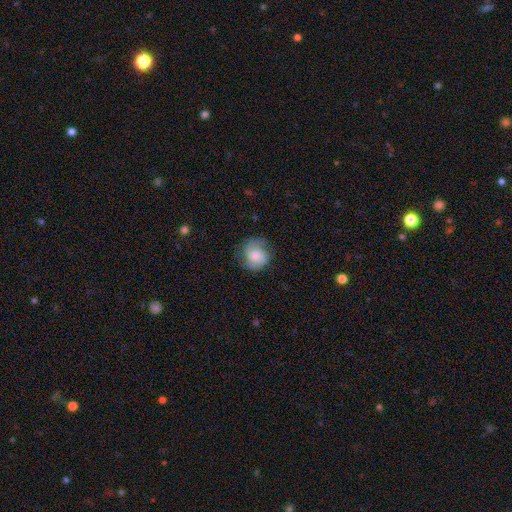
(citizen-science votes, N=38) smooth_or_featured: smooth (p=0.55) [alt: featured or disk p=0.42]
how_rounded: round (p=0.86) [alt: in between p=0.14]
merging: none (p=0.73) [alt: minor disturbance p=0.24]